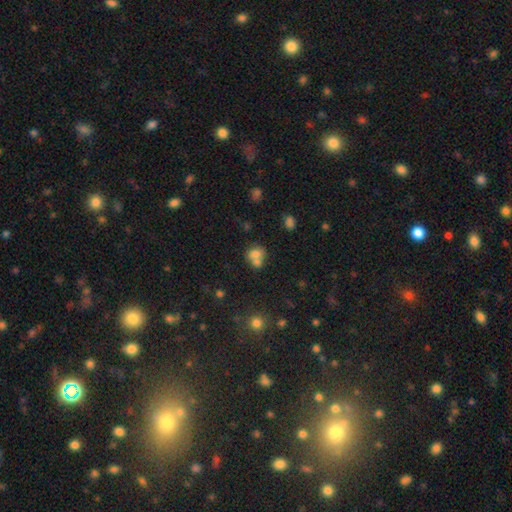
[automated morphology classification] smooth-or-featured: smooth: 72% | featured or disk: 15% | star or artifact: 12%
  how-rounded: round: 65% | in between: 34% | cigar-shaped: 1%
  merging: merger: 56% | none: 32% | minor disturbance: 8% | major disturbance: 4%